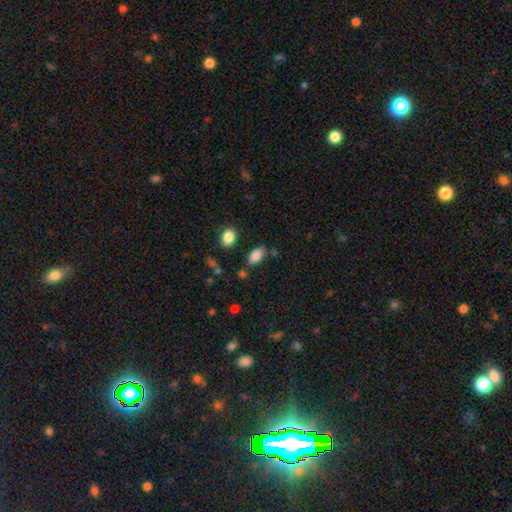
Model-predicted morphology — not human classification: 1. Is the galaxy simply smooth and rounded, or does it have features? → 86% smooth, 9% star or artifact, 5% featured or disk.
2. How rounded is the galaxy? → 91% in between, 5% round, 4% cigar-shaped.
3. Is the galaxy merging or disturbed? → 72% none, 17% minor disturbance, 7% merger, 4% major disturbance.